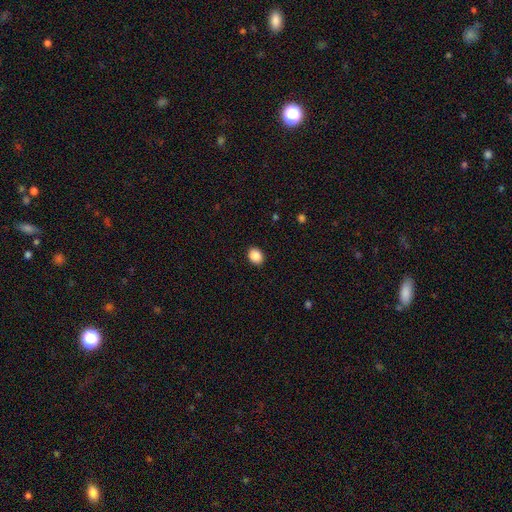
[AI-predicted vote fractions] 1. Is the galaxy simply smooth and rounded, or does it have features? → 89% smooth, 8% star or artifact, 3% featured or disk.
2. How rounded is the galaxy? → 50% in between, 49% round, 1% cigar-shaped.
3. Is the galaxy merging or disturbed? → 90% none, 7% minor disturbance, 2% major disturbance, 1% merger.